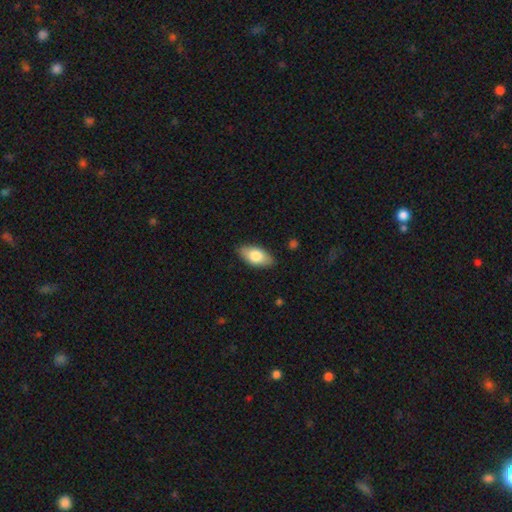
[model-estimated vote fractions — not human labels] smooth_or_featured: smooth (p=0.76) [alt: featured or disk p=0.18]
how_rounded: in between (p=0.91) [alt: cigar-shaped p=0.05]
merging: none (p=0.85) [alt: minor disturbance p=0.11]